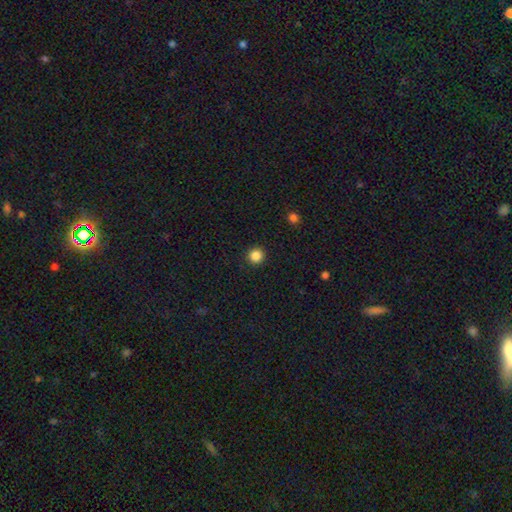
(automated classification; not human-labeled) A smooth galaxy with no disk features (85%) that is round (95%). Merging: none (93%).